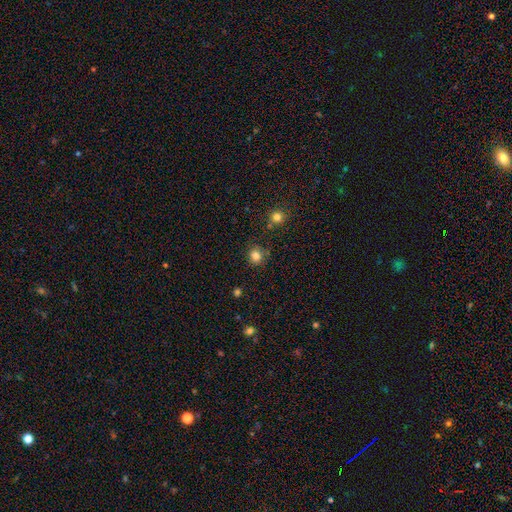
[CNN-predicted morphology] A smooth galaxy with no disk features (82%) that is round (87%). Merging: none (84%).